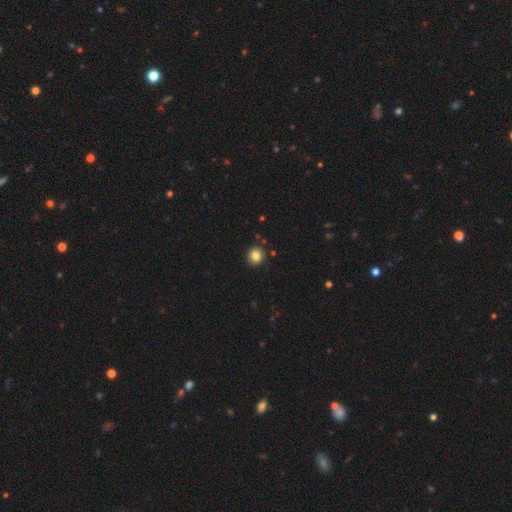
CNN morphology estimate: smooth 84%, star or artifact 11%, featured or disk 5%. Down the decision tree: how rounded — round (91%); merging — none (90%).